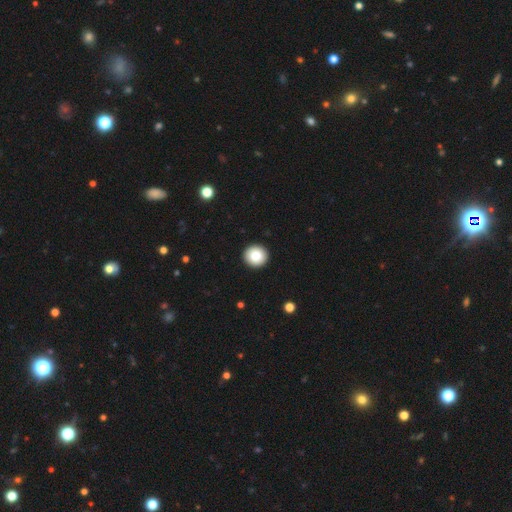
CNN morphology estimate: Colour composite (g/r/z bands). It shows a smooth galaxy with no disk features (83%) that is round (95%). Merging: none (93%).